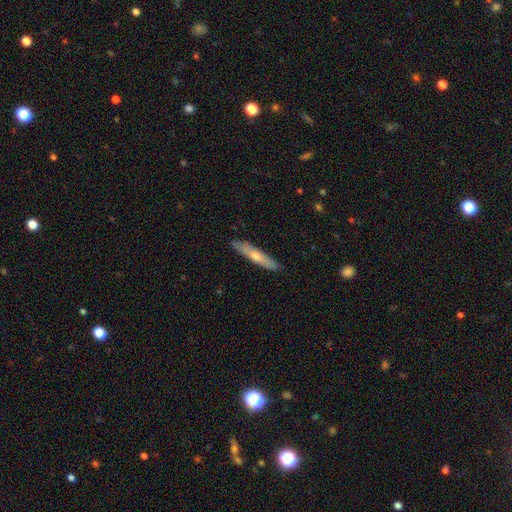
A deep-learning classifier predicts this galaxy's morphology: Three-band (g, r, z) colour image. It shows a smooth galaxy with no disk features (49%). Merging: none (89%).